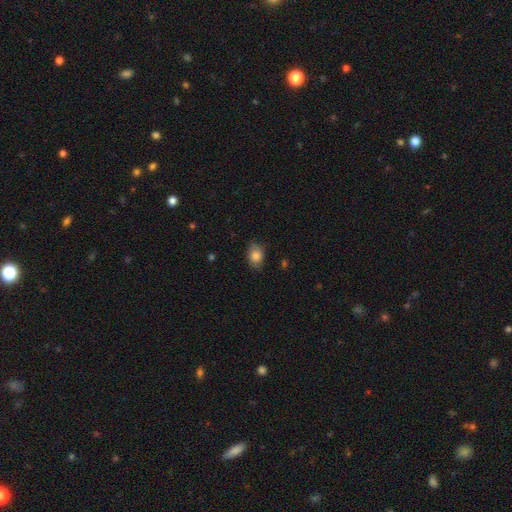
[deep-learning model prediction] A smooth galaxy with no disk features (83%) that is in between round and cigar-shaped (70%). Merging: none (78%).